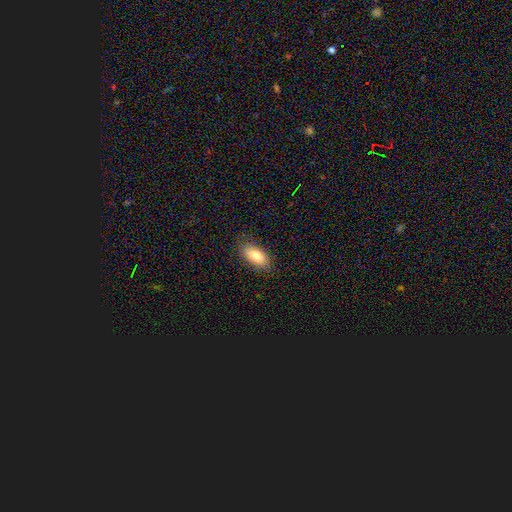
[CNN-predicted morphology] Overall: smooth (82%). How rounded: in between (86%). Merging: none (85%).